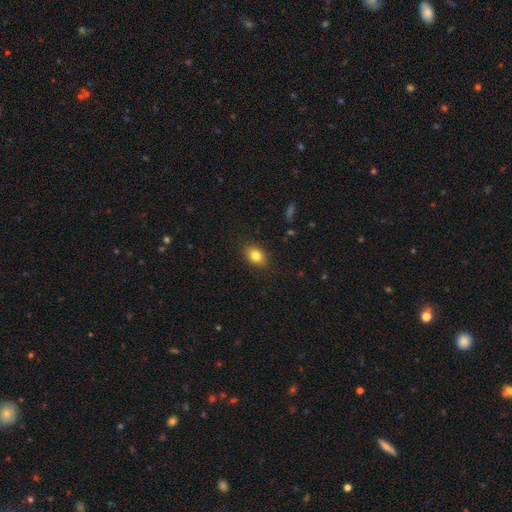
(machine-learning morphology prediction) Q: Smooth or featured?
A: smooth (82%); runner-up: star or artifact (10%)
Q: How rounded?
A: in between (71%); runner-up: round (27%)
Q: Merging?
A: none (87%); runner-up: minor disturbance (9%)